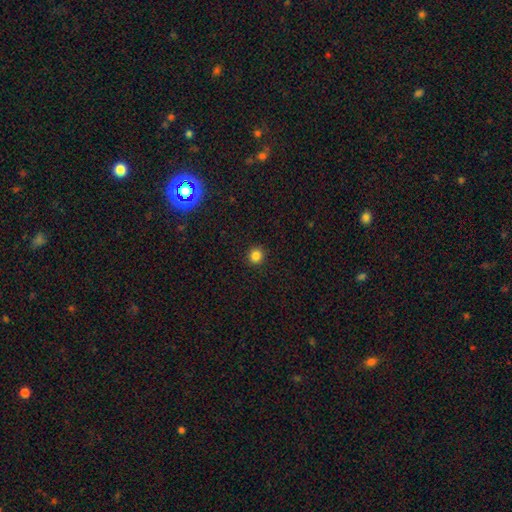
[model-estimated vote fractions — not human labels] This is clearly a smooth galaxy (84%). How rounded: clearly round (93%). Merging: clearly none (93%).